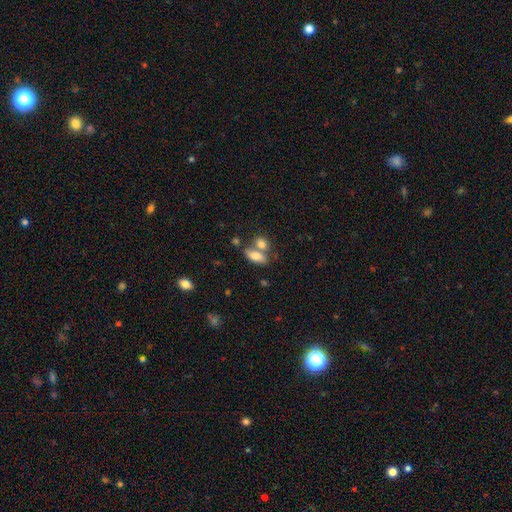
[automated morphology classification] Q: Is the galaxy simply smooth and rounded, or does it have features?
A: smooth — 78%.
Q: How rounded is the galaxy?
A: in between — 85%.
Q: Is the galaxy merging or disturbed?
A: merger — 44%.